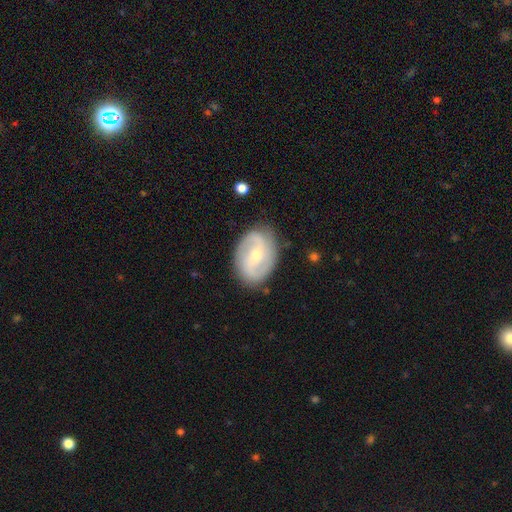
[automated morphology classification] Smooth or featured? featured or disk (80%)
Edge-on disk? no (97%)
Bar? weak (44%)
Spiral arms? yes (92%)
Spiral winding? medium (45%)
Spiral arm count? 2 (88%)
Bulge size? small (51%)
Merging? none (82%)